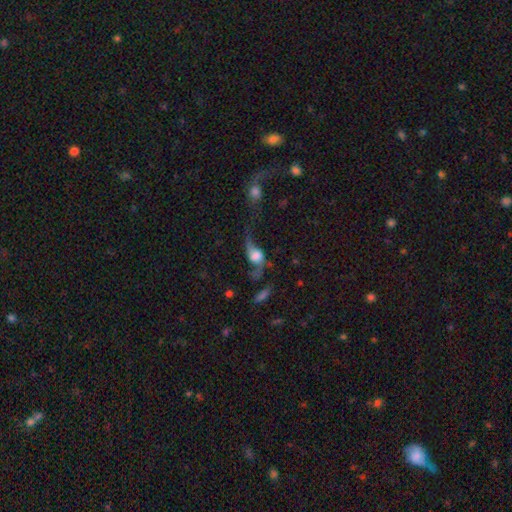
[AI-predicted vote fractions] Q: Smooth or featured?
A: featured or disk (62%); runner-up: smooth (28%)
Q: Edge-on disk?
A: no (88%); runner-up: yes (12%)
Q: Bar?
A: no (62%); runner-up: weak (29%)
Q: Spiral arms?
A: yes (81%); runner-up: no (19%)
Q: Bulge size?
A: large (44%); runner-up: moderate (24%)
Q: Merging?
A: major disturbance (35%); runner-up: none (32%)